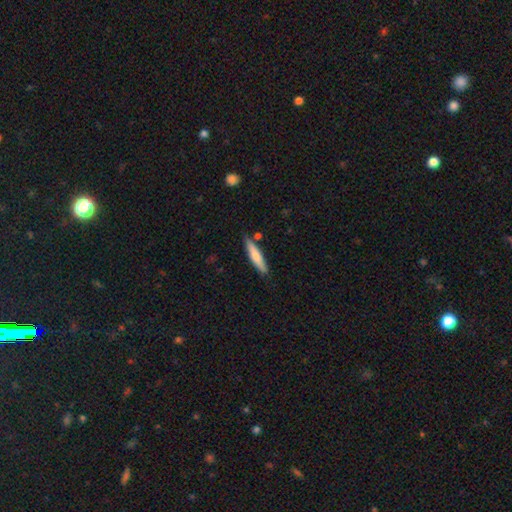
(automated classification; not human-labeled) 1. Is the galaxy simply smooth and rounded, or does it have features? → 67% smooth, 27% featured or disk, 5% star or artifact.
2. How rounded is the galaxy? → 85% cigar-shaped, 13% in between, 1% round.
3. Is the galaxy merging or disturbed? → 82% none, 12% minor disturbance, 4% merger, 2% major disturbance.